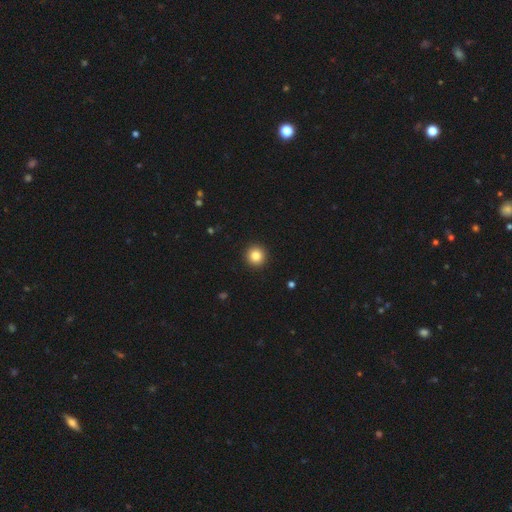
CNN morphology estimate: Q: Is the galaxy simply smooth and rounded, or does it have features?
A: smooth — 84%.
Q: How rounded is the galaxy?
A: round — 95%.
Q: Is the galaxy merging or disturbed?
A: none — 93%.